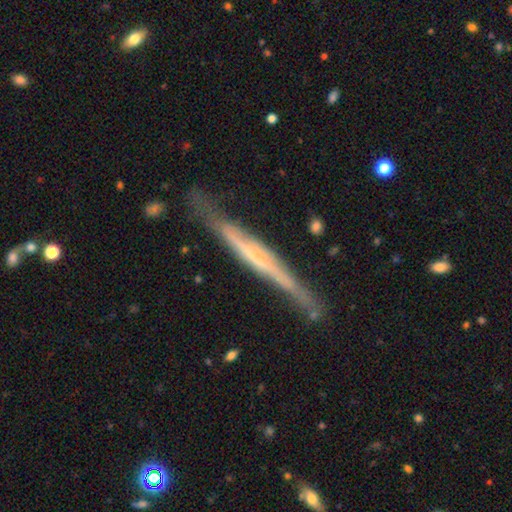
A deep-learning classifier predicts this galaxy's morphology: A featured or disk galaxy (73%) viewed edge-on (93%) with no central bulge (53%).

Vote fractions:
- Smooth or featured? featured or disk: 73% / smooth: 22% / star or artifact: 6%
- Edge-on disk? yes: 93% / no: 7%
- Edge-on bulge? none: 53% / rounded: 26% / boxy: 21%
- Merging? none: 72% / minor disturbance: 21% / major disturbance: 4% / merger: 3%